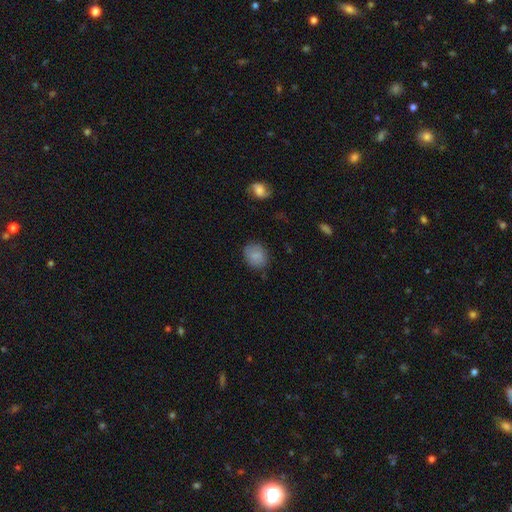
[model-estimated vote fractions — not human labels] This appears to be a smooth galaxy with no disk features (83%) that is round (61%). Merging: none (79%).